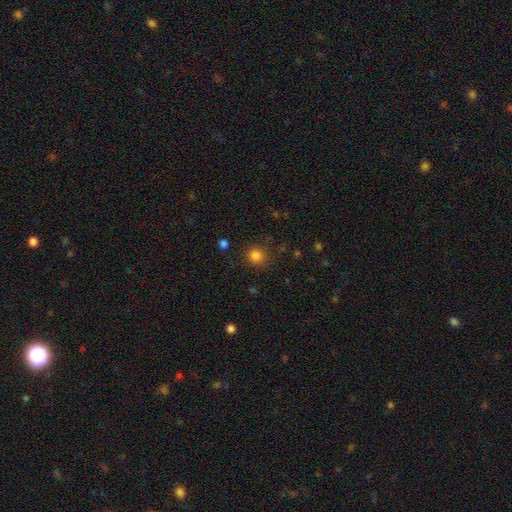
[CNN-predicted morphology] The model was most divided on "smooth or featured": smooth: 83%, star or artifact: 13%, featured or disk: 4%. More confident: how rounded — round (90%); merging — none (85%).